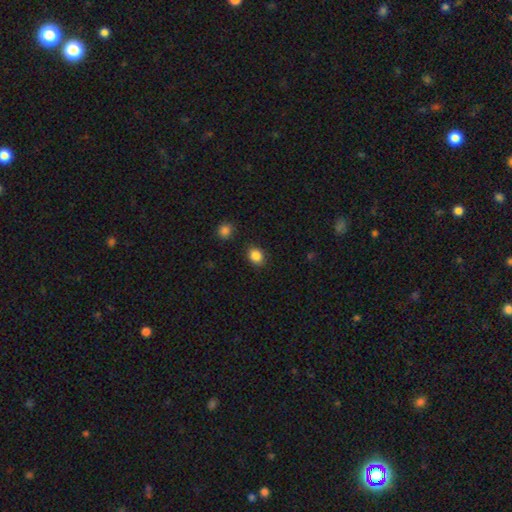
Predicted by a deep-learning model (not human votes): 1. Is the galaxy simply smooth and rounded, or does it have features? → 86% smooth, 10% star or artifact, 4% featured or disk.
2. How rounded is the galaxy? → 57% round, 42% in between, 1% cigar-shaped.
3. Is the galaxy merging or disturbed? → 85% none, 9% minor disturbance, 3% merger, 3% major disturbance.